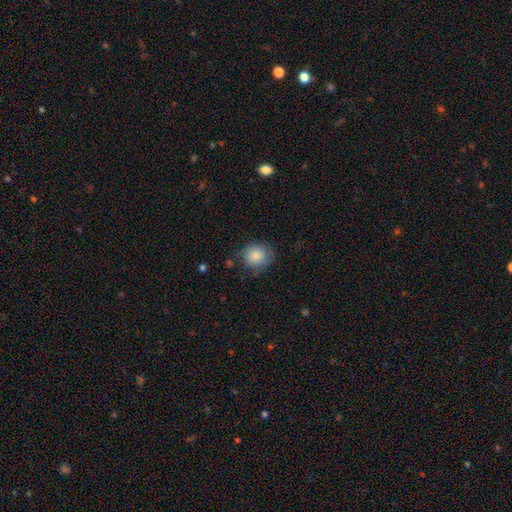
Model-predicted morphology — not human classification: Smooth or featured? smooth (84%)
How rounded? round (76%)
Merging? none (71%)